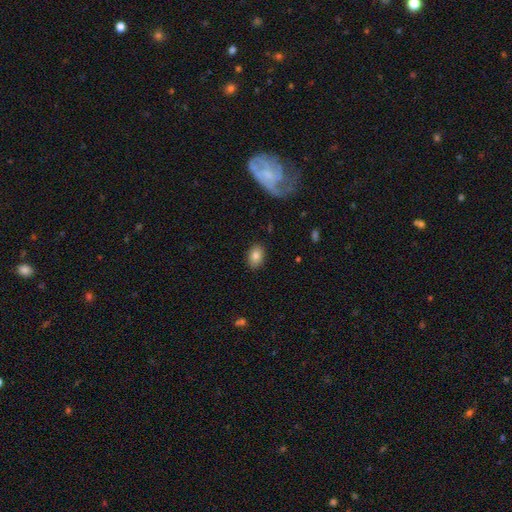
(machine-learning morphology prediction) type=smooth (82%); roundness=in between (79%); merging=none (87%).